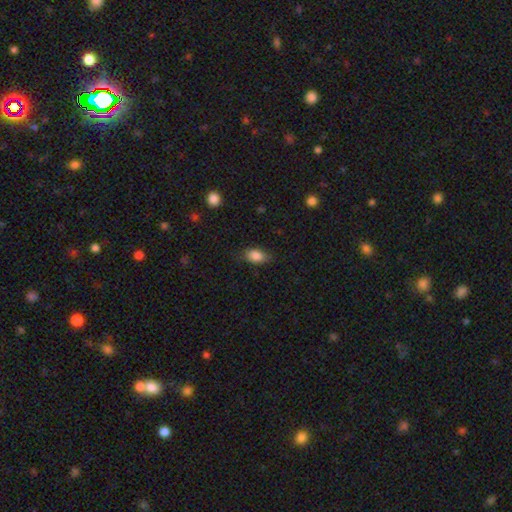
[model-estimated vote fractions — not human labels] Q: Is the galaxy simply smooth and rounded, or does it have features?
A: smooth — 85%.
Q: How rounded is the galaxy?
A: in between — 85%.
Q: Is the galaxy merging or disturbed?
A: none — 75%.